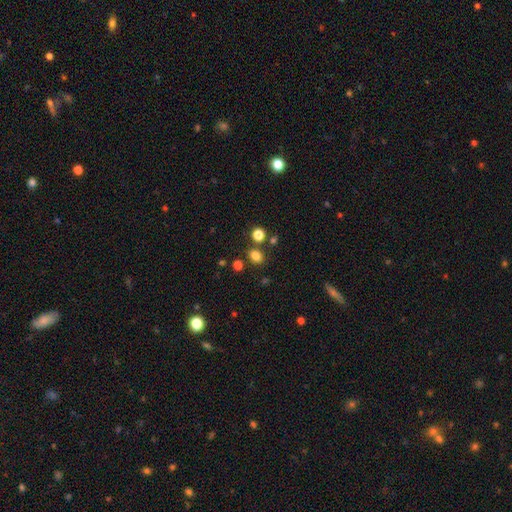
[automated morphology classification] Smooth or featured? smooth (80%)
How rounded? round (56%)
Merging? none (79%)